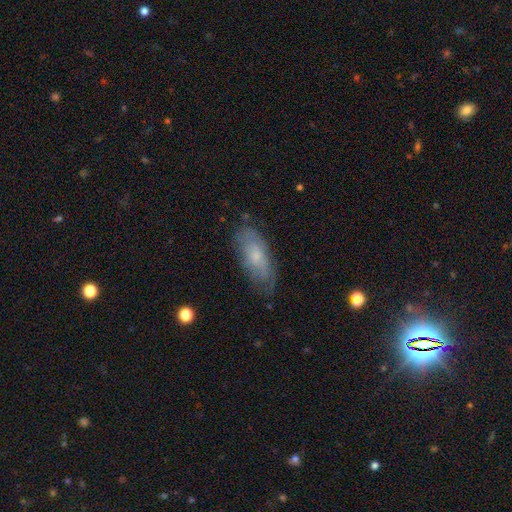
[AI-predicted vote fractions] This is possibly a smooth galaxy (56%). How rounded: likely in between (79%). Merging: likely none (70%).